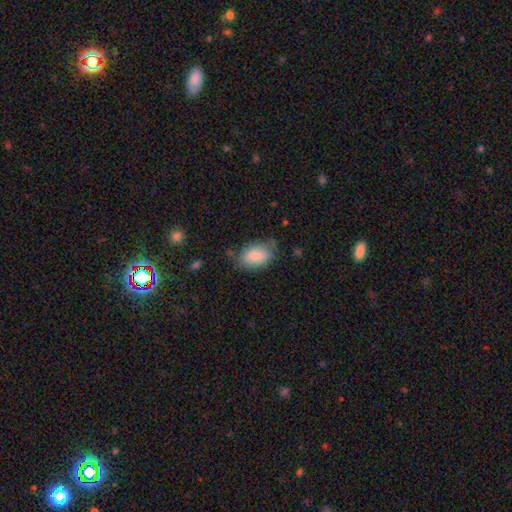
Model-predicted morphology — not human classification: A smooth galaxy with no disk features (82%) that is in between round and cigar-shaped (90%).

Vote fractions:
- Smooth or featured? smooth: 82% / featured or disk: 12% / star or artifact: 7%
- How rounded? in between: 90% / round: 8% / cigar-shaped: 2%
- Merging? none: 64% / minor disturbance: 26% / major disturbance: 7% / merger: 2%